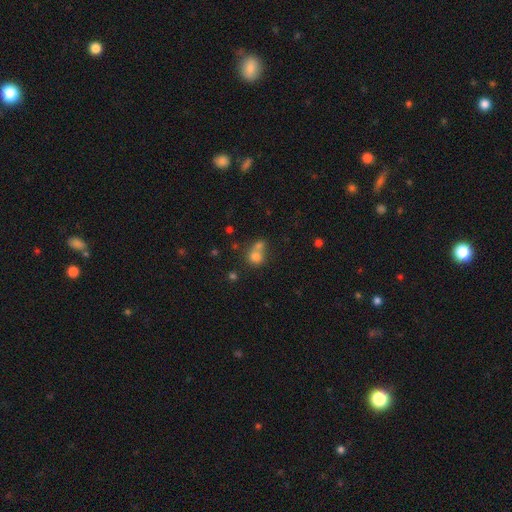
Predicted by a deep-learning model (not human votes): Q: Smooth or featured?
A: smooth (73%); runner-up: star or artifact (14%)
Q: How rounded?
A: round (77%); runner-up: in between (22%)
Q: Merging?
A: merger (54%); runner-up: none (34%)